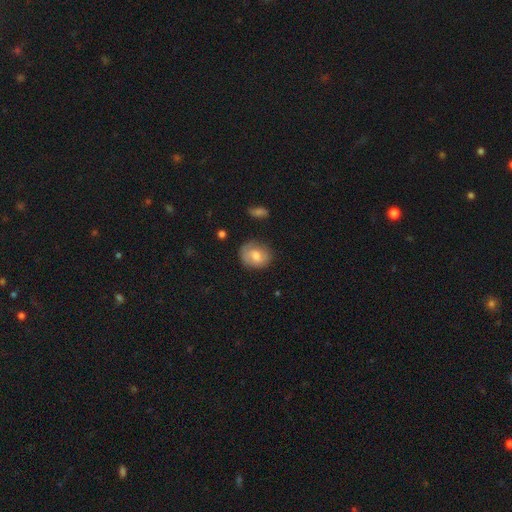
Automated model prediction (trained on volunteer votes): A smooth galaxy with no disk features (68%) that is round (53%). Merging: none (68%).